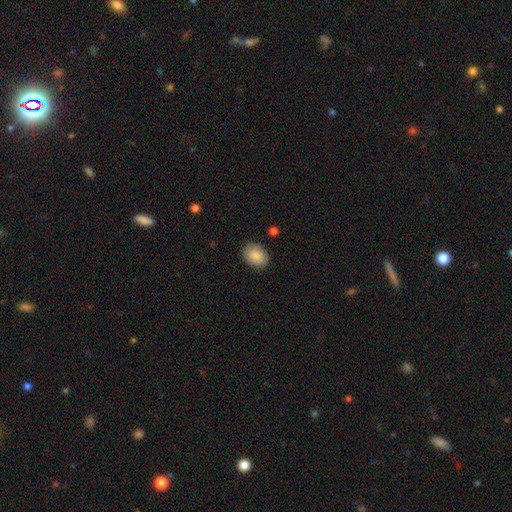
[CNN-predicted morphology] The model was most divided on "how rounded": in between: 73%, round: 26%, cigar-shaped: 1%. More confident: smooth or featured — smooth (88%); merging — none (85%).